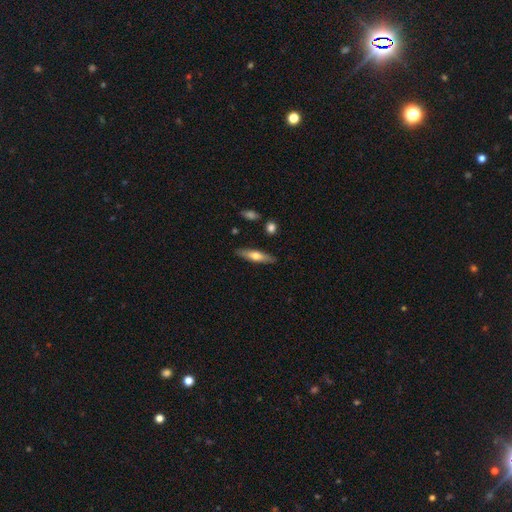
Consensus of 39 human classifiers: This is possibly a smooth galaxy (56%). How rounded: likely cigar-shaped (77%). Merging: clearly none (86%).